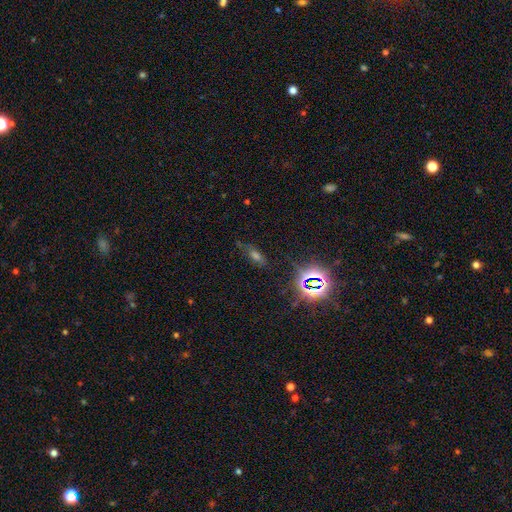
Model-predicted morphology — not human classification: star or artifact 44%, smooth 39%, featured or disk 17%.